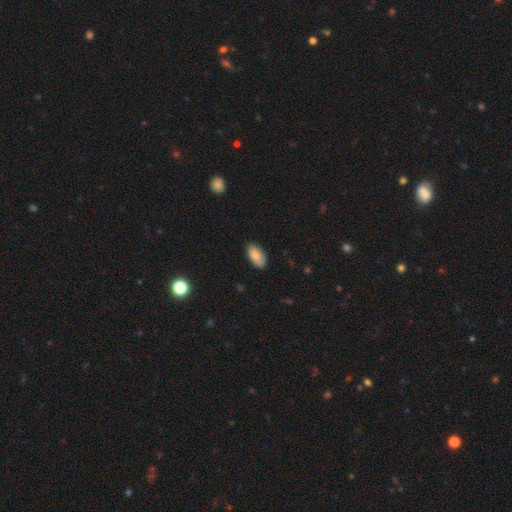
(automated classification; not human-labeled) Overall: smooth (83%). How rounded: in between (94%). Merging: none (81%).